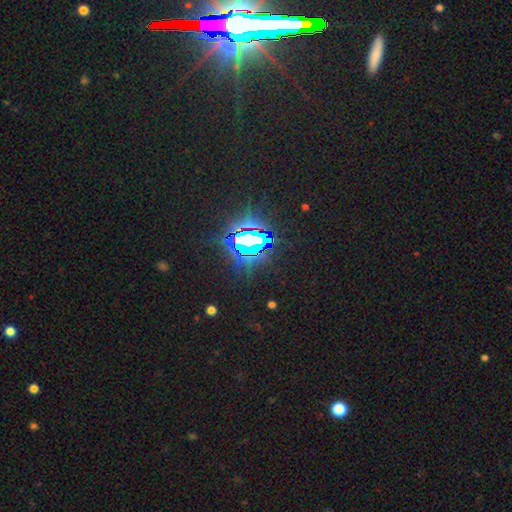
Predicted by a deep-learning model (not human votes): Smooth or featured: star or artifact — 85% (smooth — 8%)